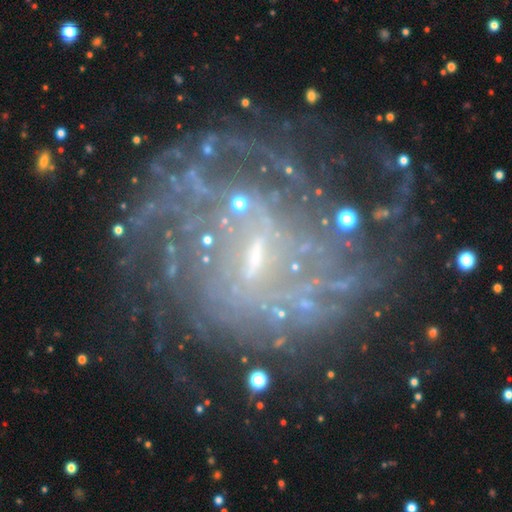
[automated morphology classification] type=featured or disk (76%); edge-on=no (97%); bar=weak (51%); spiral arms=yes (76%); winding=tight (49%); arm count=can't tell (53%); bulge=small (62%); merging=none (62%).